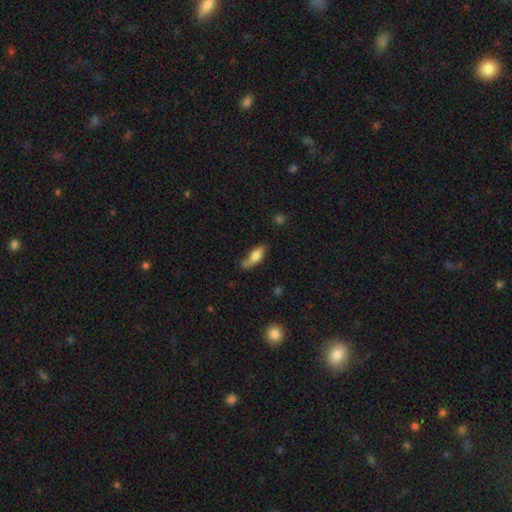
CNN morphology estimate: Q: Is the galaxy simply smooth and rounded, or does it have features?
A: smooth — 60%.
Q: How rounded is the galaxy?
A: in between — 51%.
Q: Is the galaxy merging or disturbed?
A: none — 58%.